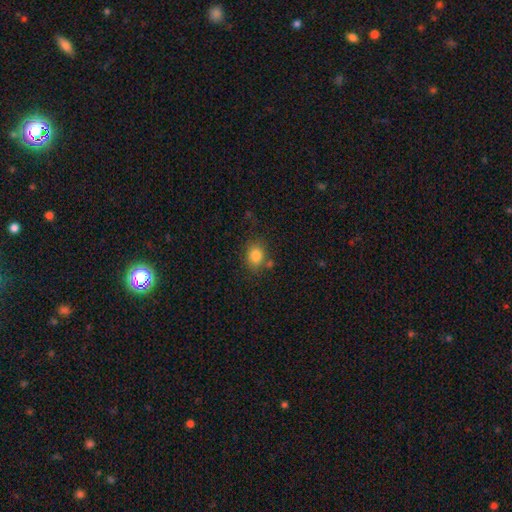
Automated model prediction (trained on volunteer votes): This appears to be a smooth galaxy with no disk features (82%) that is round (57%). Merging: none (74%).